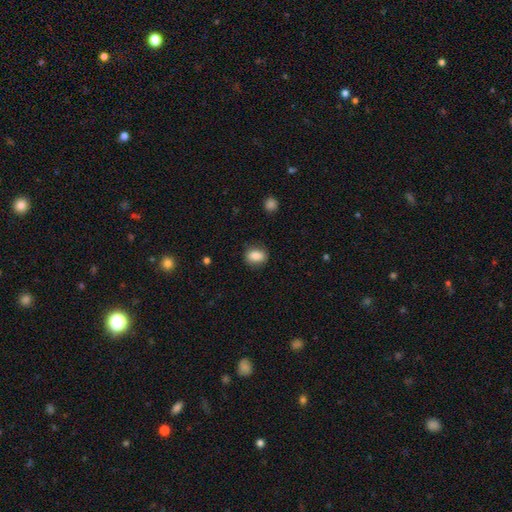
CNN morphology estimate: A smooth galaxy with no disk features (87%) that is in between round and cigar-shaped (68%).

Vote fractions:
- Smooth or featured? smooth: 87% / star or artifact: 8% / featured or disk: 5%
- How rounded? in between: 68% / round: 30% / cigar-shaped: 2%
- Merging? none: 82% / minor disturbance: 13% / major disturbance: 3% / merger: 1%